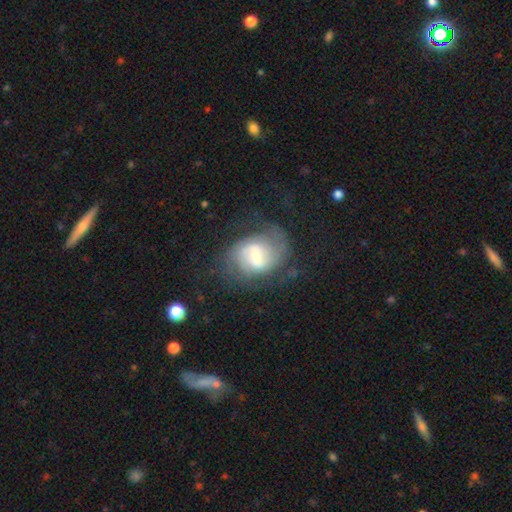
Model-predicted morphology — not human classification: The model was most divided on "bulge size": small: 39%, moderate: 37%, large: 14%, none: 7%, dominant: 2%. Remaining: edge-on disk — no (97%); spiral arms — yes (89%); smooth or featured — featured or disk (73%); spiral arm count — 2 (67%); merging — none (58%); bar — weak (55%); spiral winding — medium (44%).